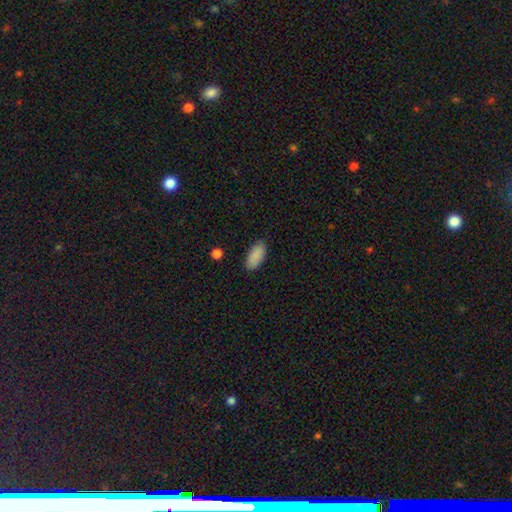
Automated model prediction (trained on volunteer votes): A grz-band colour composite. It shows a smooth galaxy with no disk features (89%) that is in between round and cigar-shaped (90%). Merging: none (85%).